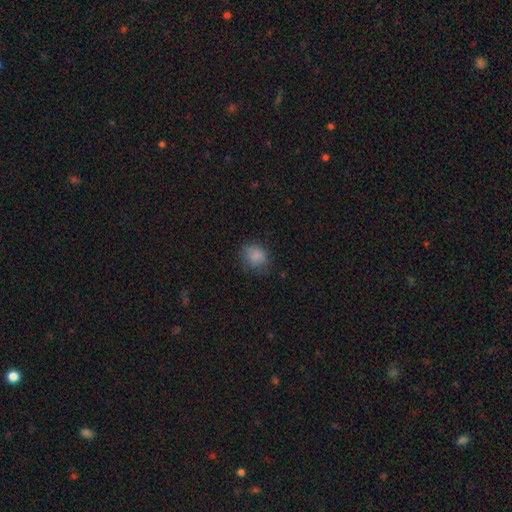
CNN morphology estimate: type=smooth (83%); roundness=round (66%); merging=none (70%).